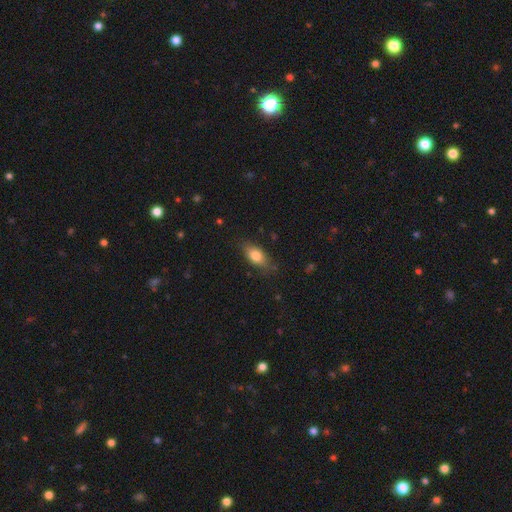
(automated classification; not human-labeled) This is likely a smooth galaxy (78%). How rounded: clearly in between (84%). Merging: likely none (78%).